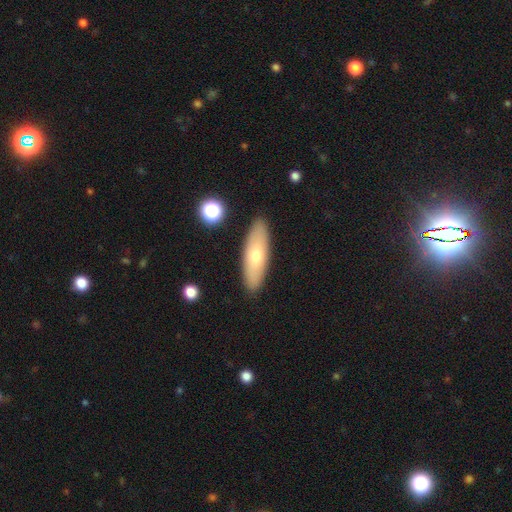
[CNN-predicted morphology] smooth_or_featured: smooth (p=0.64) [alt: featured or disk p=0.30]
how_rounded: in between (p=0.55) [alt: cigar-shaped p=0.42]
merging: none (p=0.89) [alt: minor disturbance p=0.08]